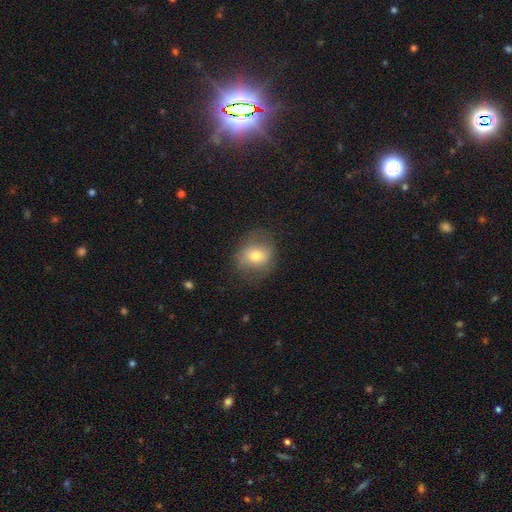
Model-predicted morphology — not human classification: The model was most divided on "how rounded": round: 63%, in between: 36%, cigar-shaped: 1%. More confident: merging — none (75%); smooth or featured — smooth (70%).